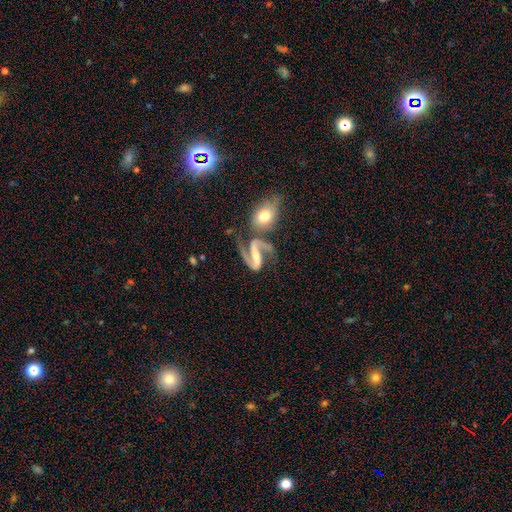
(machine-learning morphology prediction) A featured or disk galaxy (88%) with a strong bar (55%), 2 (91%) medium (45%) spiral arms (96%) and a small central bulge (46%). Merging: none (48%).